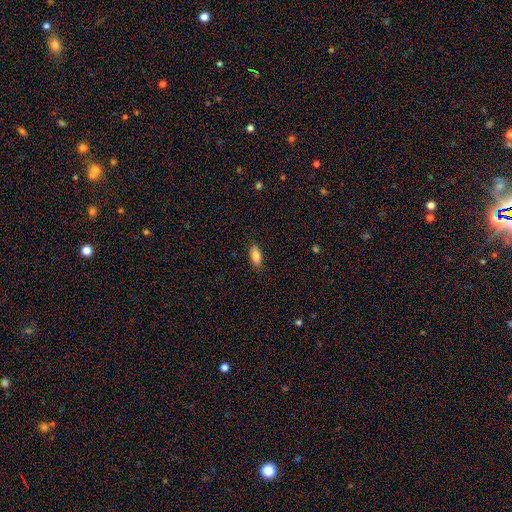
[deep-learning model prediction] Smooth or featured? Predicted: smooth (p=0.85). How rounded? Predicted: in between (p=0.87). Merging? Predicted: none (p=0.86).